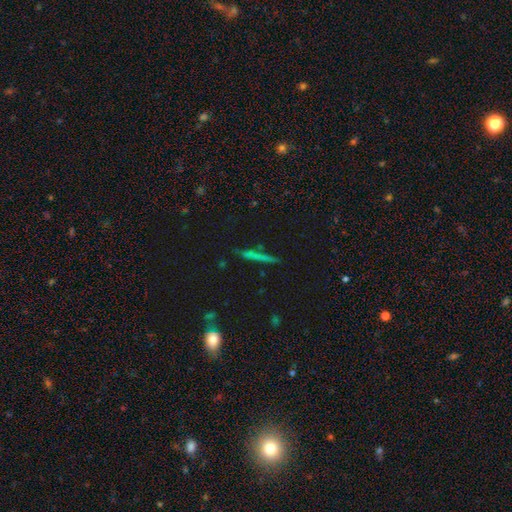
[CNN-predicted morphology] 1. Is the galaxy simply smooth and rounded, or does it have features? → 55% smooth, 34% featured or disk, 11% star or artifact.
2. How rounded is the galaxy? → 94% cigar-shaped, 3% in between, 2% round.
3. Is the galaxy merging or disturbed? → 85% none, 10% minor disturbance, 2% major disturbance, 2% merger.